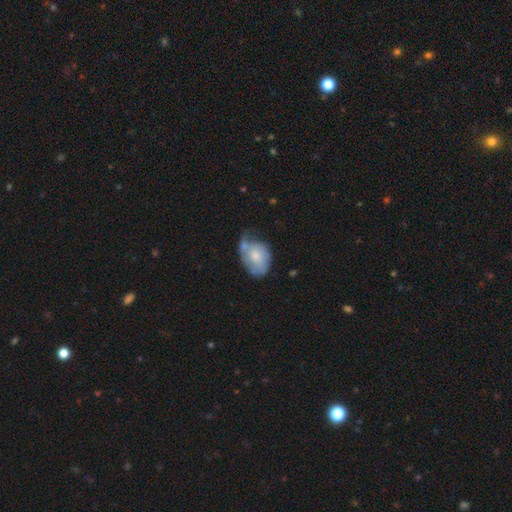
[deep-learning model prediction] Morphology: type=smooth (59%); roundness=in between (73%); merging=minor disturbance (35%).